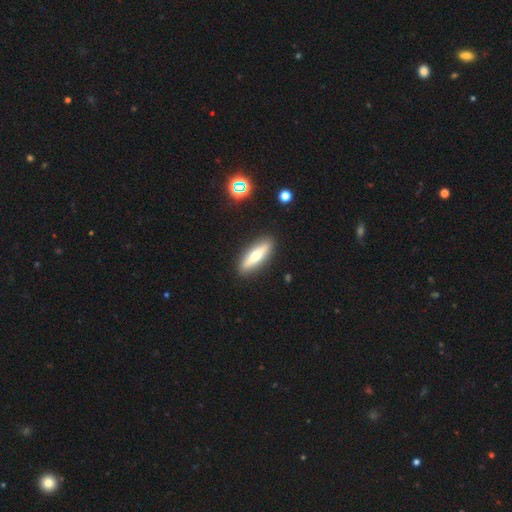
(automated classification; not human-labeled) A smooth galaxy with no disk features (50%) that is cigar-shaped (62%). Merging: none (90%).